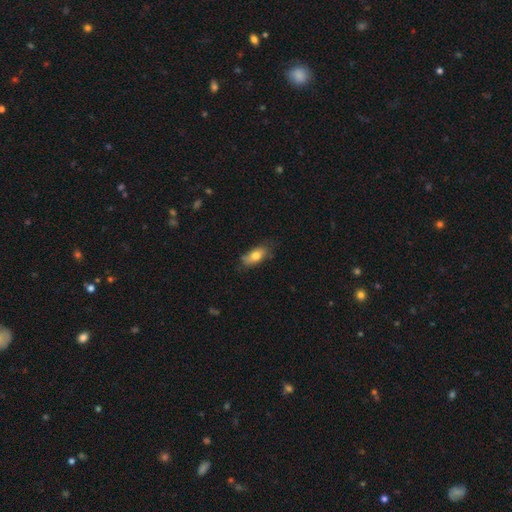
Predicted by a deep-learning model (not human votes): Q: Smooth or featured?
A: smooth (76%); runner-up: featured or disk (16%)
Q: How rounded?
A: in between (84%); runner-up: cigar-shaped (11%)
Q: Merging?
A: none (67%); runner-up: minor disturbance (26%)